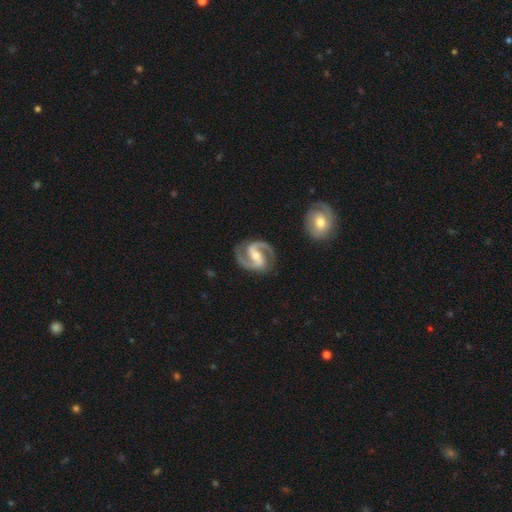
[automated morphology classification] A featured or disk galaxy (94%) with a strong bar (48%), 2 (95%) medium (65%) spiral arms (99%) and a moderate central bulge (52%).

Vote fractions:
- Smooth or featured? featured or disk: 94% / star or artifact: 3% / smooth: 3%
- Edge-on disk? no: 98% / yes: 2%
- Bar? strong: 48% / weak: 36% / no: 16%
- Spiral arms? yes: 99% / no: 1%
- Spiral winding? medium: 65% / tight: 22% / loose: 12%
- Spiral arm count? 2: 95% / 3: 1% / can't tell: 1% / 1: 1% / 4: 1% / more than 4: 1%
- Bulge size? moderate: 52% / small: 43% / large: 2% / none: 2% / dominant: 1%
- Merging? none: 86% / minor disturbance: 9% / major disturbance: 3% / merger: 2%